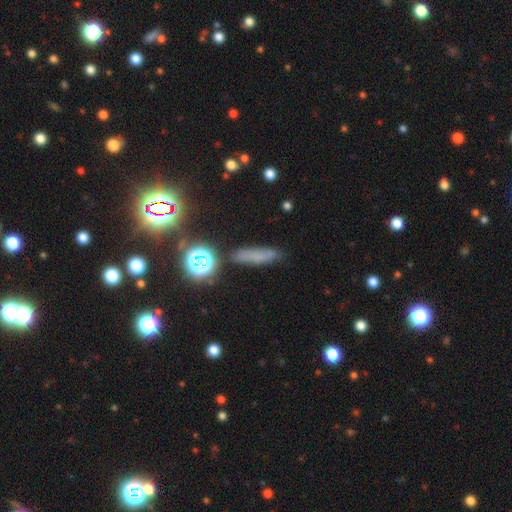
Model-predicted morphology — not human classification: This appears to be a smooth galaxy with no disk features (62%) that is cigar-shaped (78%). Merging: none (82%).